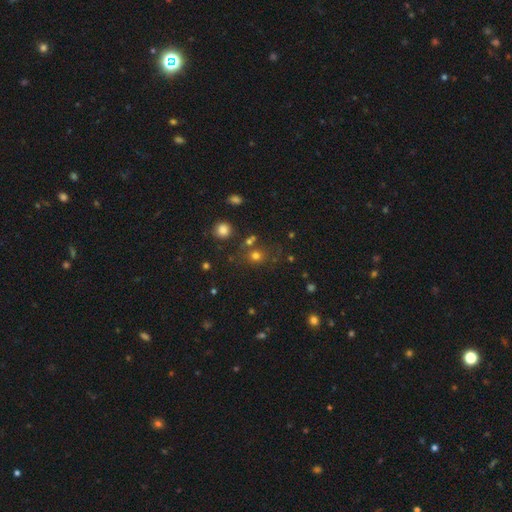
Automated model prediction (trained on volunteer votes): The model was most divided on "smooth or featured": smooth: 70%, star or artifact: 21%, featured or disk: 8%. More confident: how rounded — round (80%); merging — none (69%).